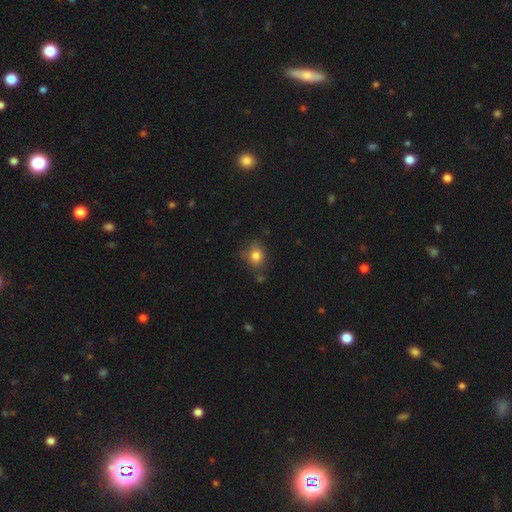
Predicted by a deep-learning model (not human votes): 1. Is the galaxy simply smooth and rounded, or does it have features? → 81% smooth, 11% star or artifact, 8% featured or disk.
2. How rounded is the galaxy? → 63% round, 36% in between, 1% cigar-shaped.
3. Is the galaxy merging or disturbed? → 72% none, 19% minor disturbance, 5% major disturbance, 4% merger.